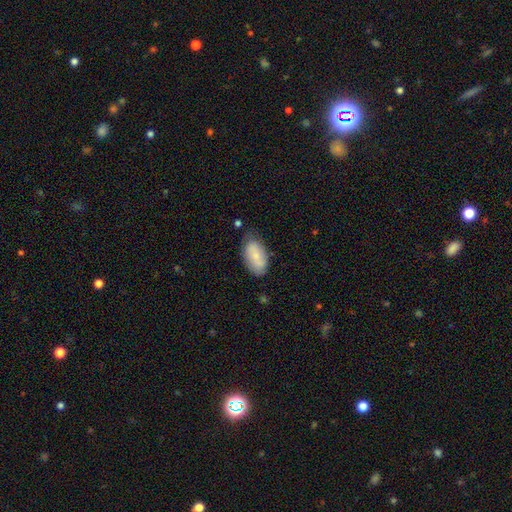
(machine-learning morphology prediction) smooth_or_featured: smooth (p=0.70) [alt: featured or disk p=0.23]
how_rounded: in between (p=0.94) [alt: round p=0.04]
merging: none (p=0.66) [alt: minor disturbance p=0.25]